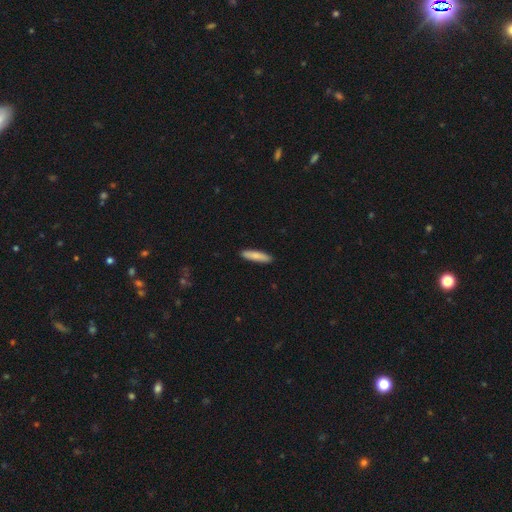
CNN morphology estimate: Smooth or featured? Predicted: smooth (p=0.83). How rounded? Predicted: cigar-shaped (p=0.81). Merging? Predicted: none (p=0.91).